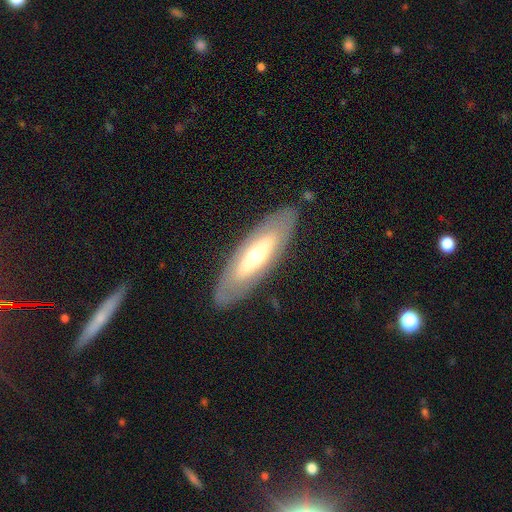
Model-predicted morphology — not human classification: This appears to be a featured or disk galaxy (55%). Merging: none (85%).